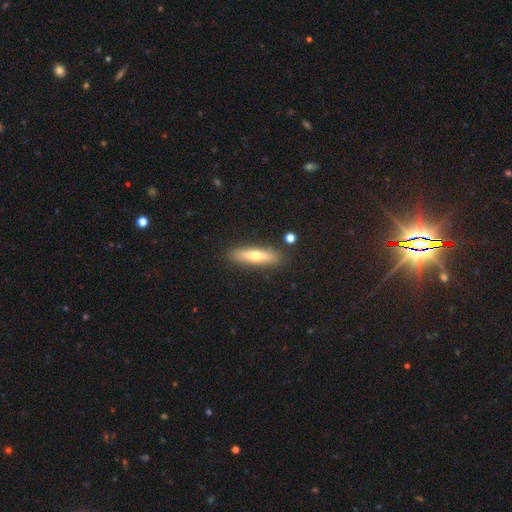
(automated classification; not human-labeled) smooth-or-featured: smooth: 52% | featured or disk: 42% | star or artifact: 6%
  how-rounded: cigar-shaped: 75% | in between: 23% | round: 2%
  merging: none: 87% | minor disturbance: 8% | merger: 2% | major disturbance: 2%